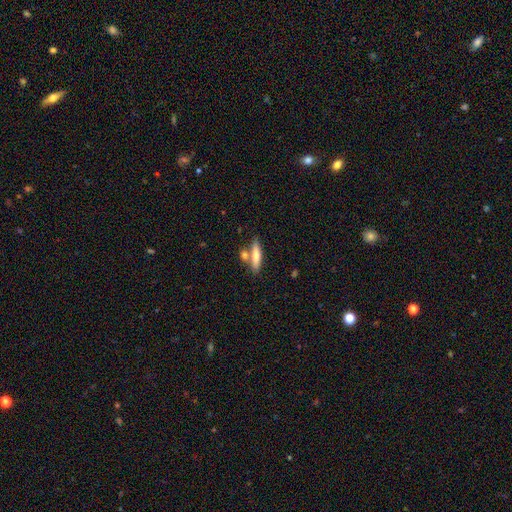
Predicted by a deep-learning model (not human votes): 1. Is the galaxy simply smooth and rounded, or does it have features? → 70% smooth, 24% featured or disk, 6% star or artifact.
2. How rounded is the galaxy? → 73% cigar-shaped, 25% in between, 3% round.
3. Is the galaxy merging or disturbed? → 62% none, 23% merger, 12% minor disturbance, 3% major disturbance.